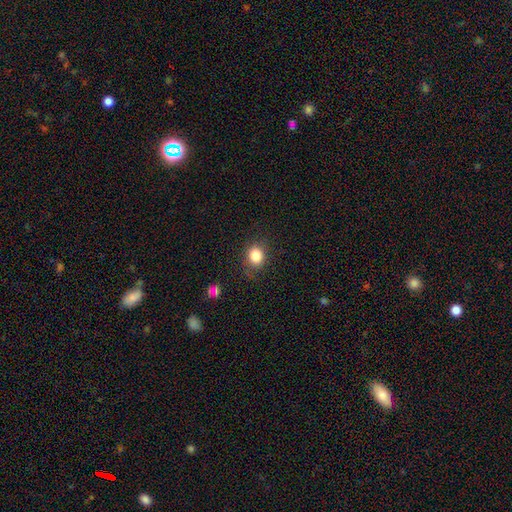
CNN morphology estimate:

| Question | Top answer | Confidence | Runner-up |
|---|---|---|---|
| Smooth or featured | smooth | 83% | star or artifact (11%) |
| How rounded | round | 65% | in between (34%) |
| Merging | none | 81% | minor disturbance (14%) |